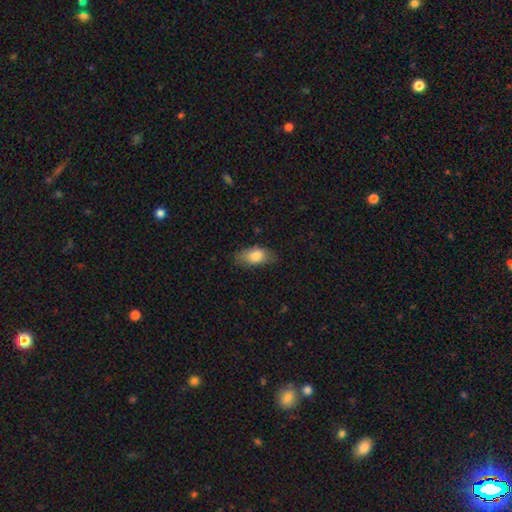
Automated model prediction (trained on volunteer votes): Morphology: type=smooth (81%); roundness=in between (89%); merging=none (72%).